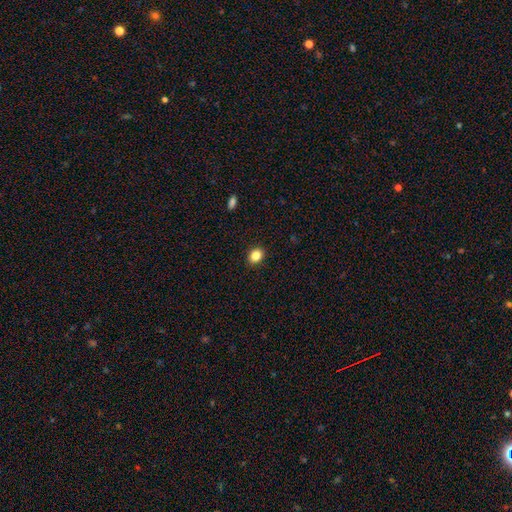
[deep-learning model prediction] Smooth or featured? Predicted: smooth (p=0.85). How rounded? Predicted: round (p=0.54). Merging? Predicted: none (p=0.91).